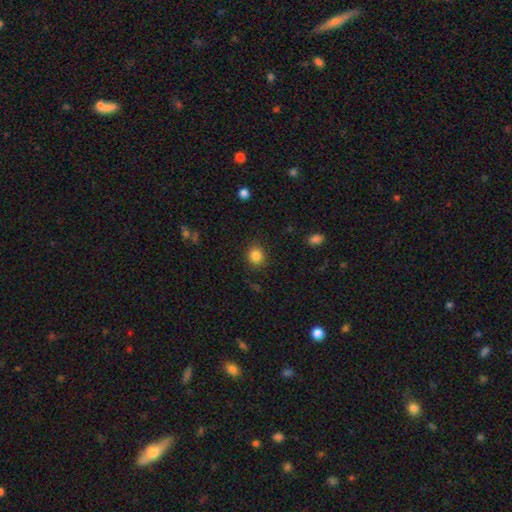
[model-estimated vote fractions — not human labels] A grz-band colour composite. It shows a smooth galaxy with no disk features (85%) that is round (79%). Merging: none (87%).